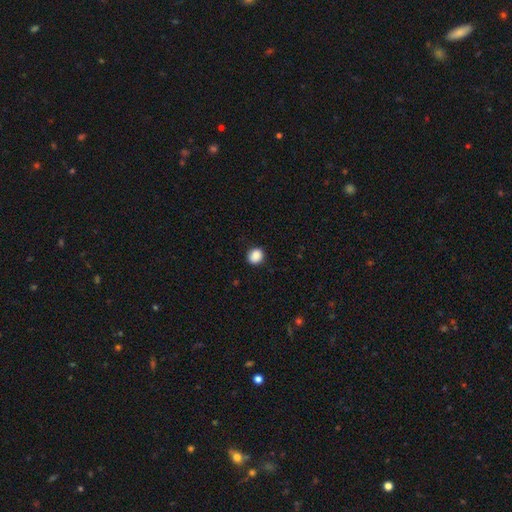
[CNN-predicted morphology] Smooth or featured?
  - smooth: 88% *
  - star or artifact: 9%
  - featured or disk: 3%
How rounded?
  - round: 83% *
  - in between: 17%
  - cigar-shaped: 1%
Merging?
  - none: 90% *
  - minor disturbance: 7%
  - major disturbance: 2%
  - merger: 1%